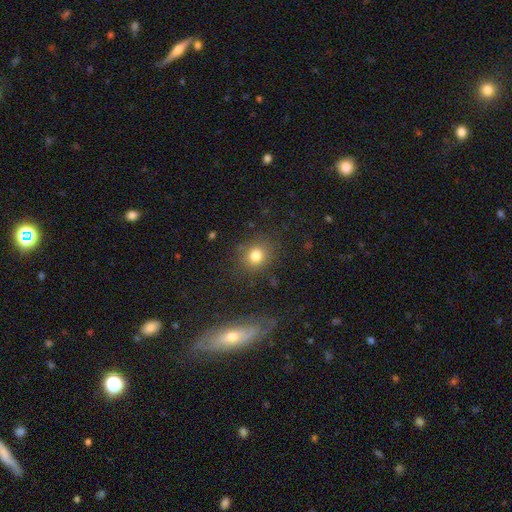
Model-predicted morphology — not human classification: Overall: smooth (79%). How rounded: round (75%). Merging: none (82%).